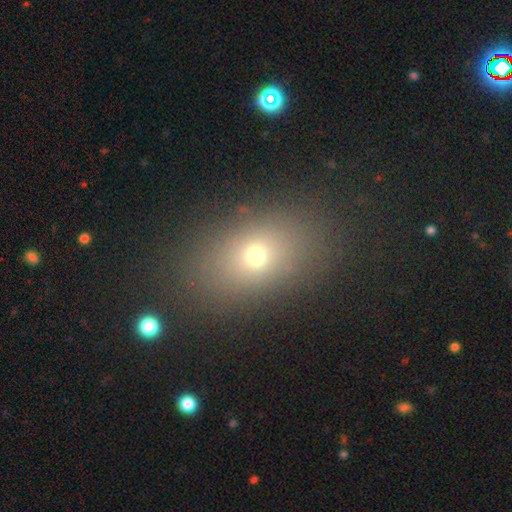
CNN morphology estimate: Smooth or featured? Predicted: smooth (p=0.67). How rounded? Predicted: in between (p=0.73). Merging? Predicted: none (p=0.83).